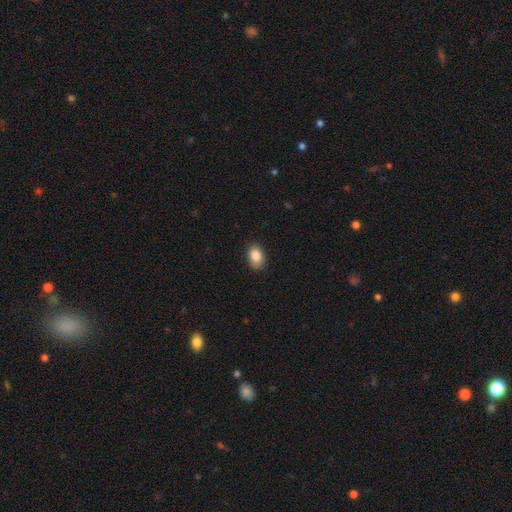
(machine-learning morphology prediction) Q: Smooth or featured?
A: smooth (86%); runner-up: star or artifact (8%)
Q: How rounded?
A: in between (82%); runner-up: round (17%)
Q: Merging?
A: none (85%); runner-up: minor disturbance (11%)